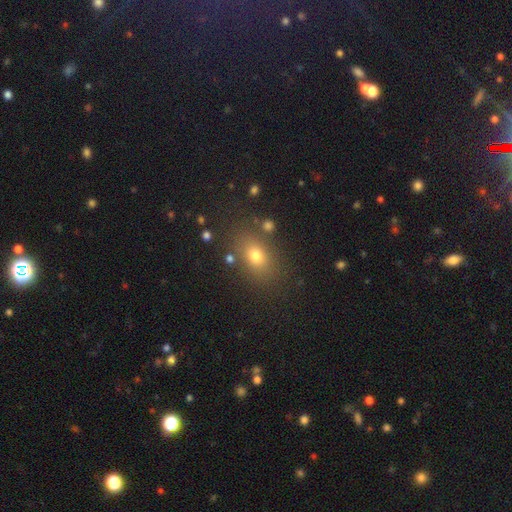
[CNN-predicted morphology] A smooth galaxy with no disk features (71%) that is in between round and cigar-shaped (67%). Merging: none (81%).